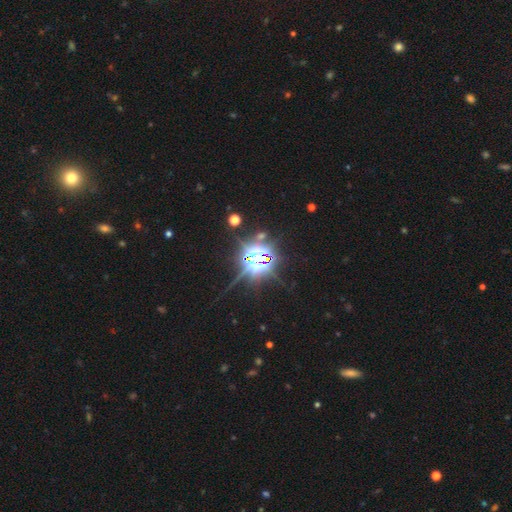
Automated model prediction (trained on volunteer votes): Smooth or featured? star or artifact (85%)